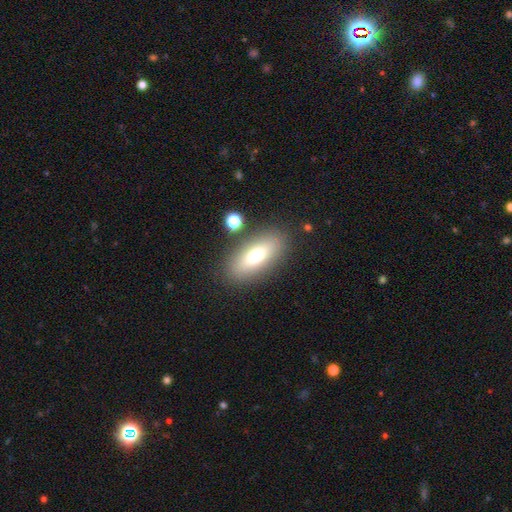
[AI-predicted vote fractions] Q: Smooth or featured?
A: smooth (72%); runner-up: featured or disk (19%)
Q: How rounded?
A: in between (80%); runner-up: cigar-shaped (16%)
Q: Merging?
A: none (83%); runner-up: minor disturbance (10%)